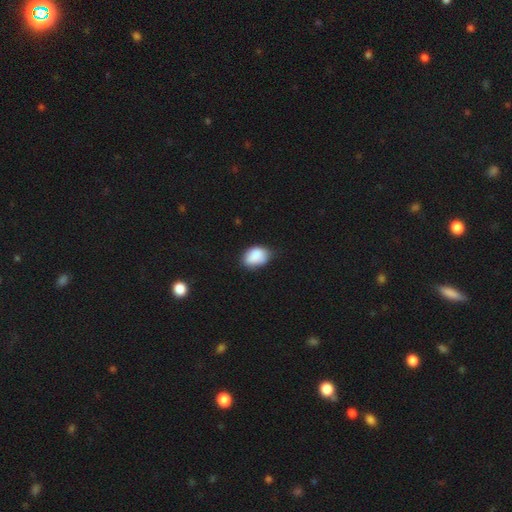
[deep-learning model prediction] Q: Smooth or featured?
A: smooth (86%); runner-up: star or artifact (7%)
Q: How rounded?
A: in between (82%); runner-up: round (17%)
Q: Merging?
A: none (66%); runner-up: minor disturbance (28%)